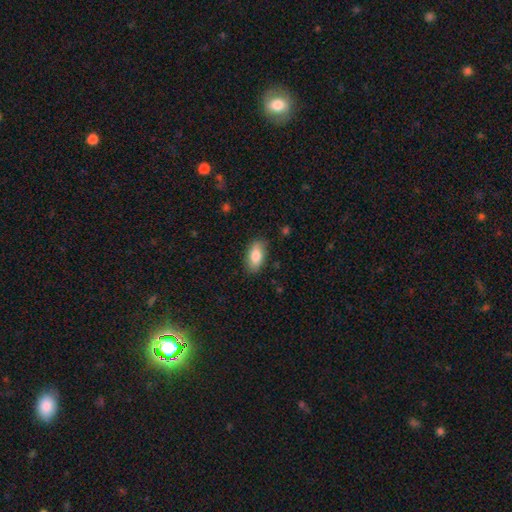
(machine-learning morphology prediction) Smooth or featured: smooth — 79% (featured or disk — 14%)
How rounded: in between — 90% (cigar-shaped — 6%)
Merging: none — 85% (minor disturbance — 11%)